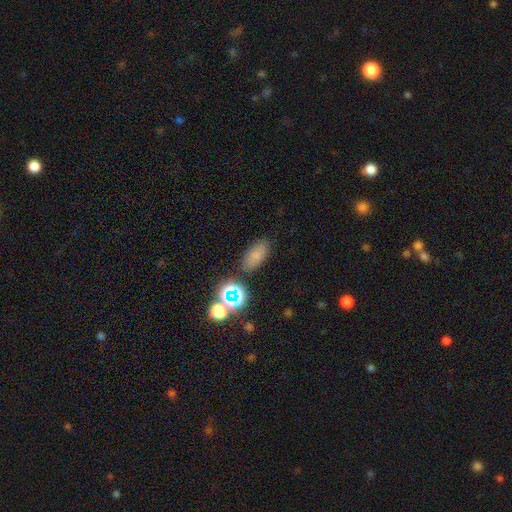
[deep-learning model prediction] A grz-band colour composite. It shows a smooth galaxy with no disk features (70%) that is in between round and cigar-shaped (84%). Merging: none (79%).